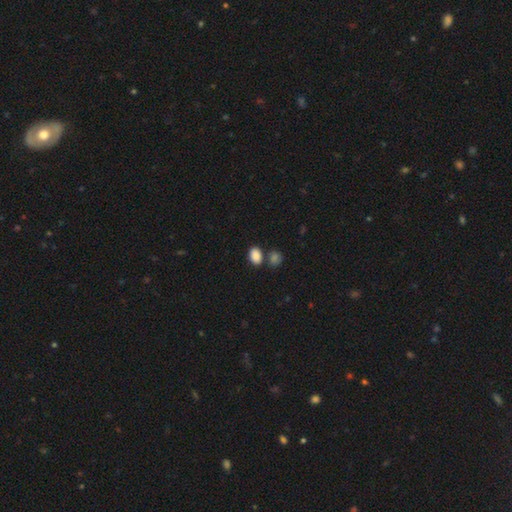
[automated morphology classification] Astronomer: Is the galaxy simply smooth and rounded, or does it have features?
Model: smooth — 87%.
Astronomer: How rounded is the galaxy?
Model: in between — 80%.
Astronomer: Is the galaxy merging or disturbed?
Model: none — 64%.